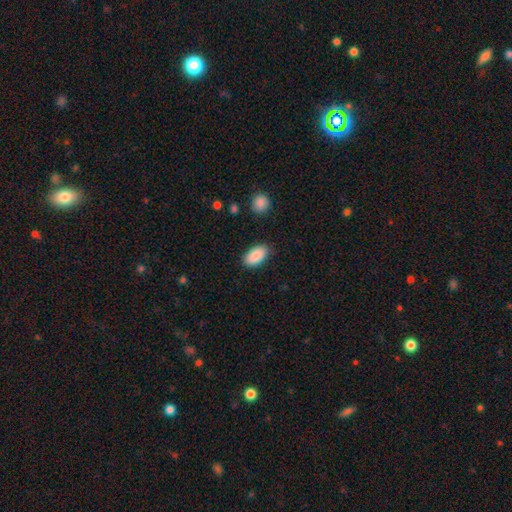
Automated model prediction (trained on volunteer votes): smooth_or_featured: smooth (p=0.89) [alt: star or artifact p=0.06]
how_rounded: in between (p=0.94) [alt: round p=0.03]
merging: none (p=0.85) [alt: minor disturbance p=0.11]